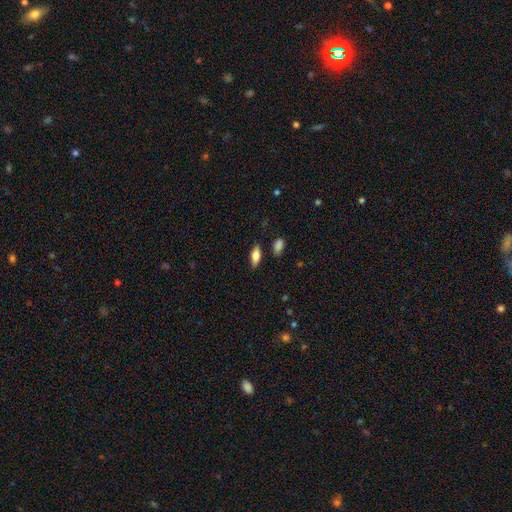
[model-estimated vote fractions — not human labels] The model was most divided on "smooth or featured": smooth: 71%, featured or disk: 22%, star or artifact: 7%. More confident: merging — none (83%); how rounded — in between (78%).